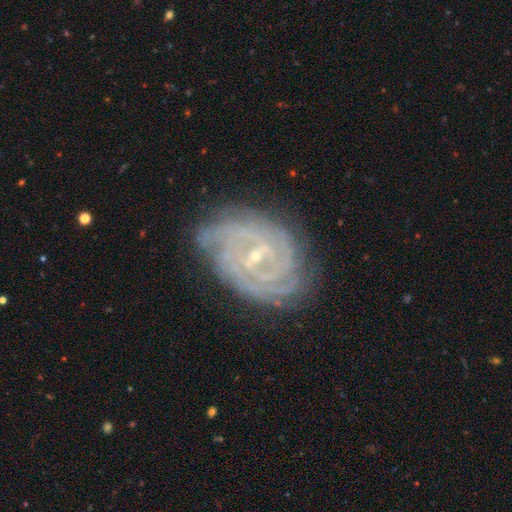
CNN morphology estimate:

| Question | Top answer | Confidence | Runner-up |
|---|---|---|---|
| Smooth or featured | featured or disk | 88% | star or artifact (7%) |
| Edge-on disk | no | 97% | yes (3%) |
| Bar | weak | 48% | no (30%) |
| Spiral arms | yes | 98% | no (2%) |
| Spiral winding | tight | 80% | medium (17%) |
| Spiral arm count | can't tell | 24% | 4 (22%) |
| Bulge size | small | 79% | moderate (17%) |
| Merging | none | 75% | minor disturbance (18%) |